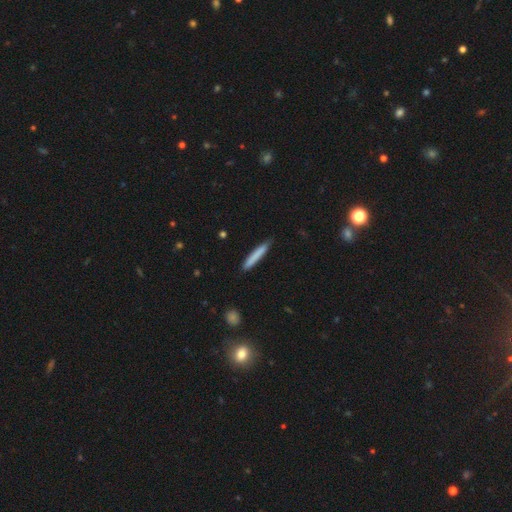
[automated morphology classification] This appears to be a smooth galaxy with no disk features (79%) that is cigar-shaped (95%). Merging: none (87%).